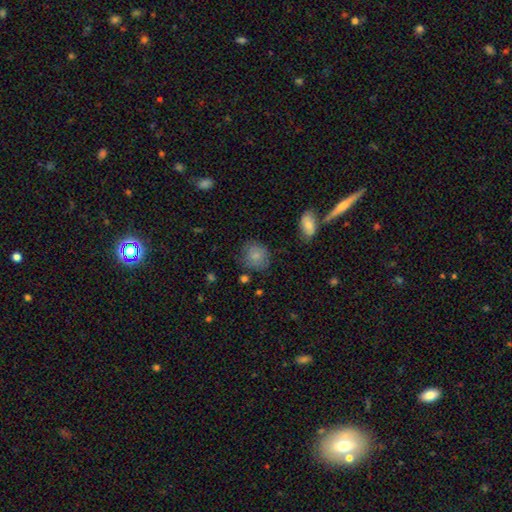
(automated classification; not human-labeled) A smooth galaxy with no disk features (81%) that is round (76%). Merging: none (72%).